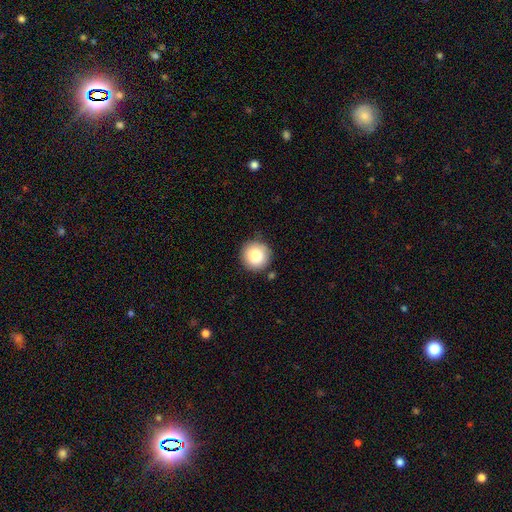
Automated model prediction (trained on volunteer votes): Smooth or featured?
  - smooth: 86% *
  - star or artifact: 8%
  - featured or disk: 6%
How rounded?
  - round: 95% *
  - in between: 4%
  - cigar-shaped: 1%
Merging?
  - none: 86% *
  - minor disturbance: 9%
  - merger: 3%
  - major disturbance: 2%